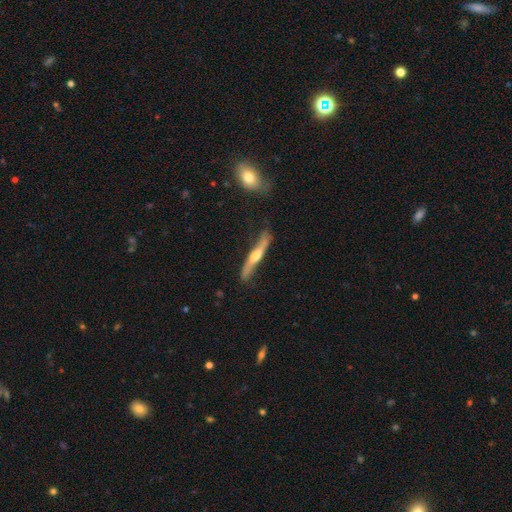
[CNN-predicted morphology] This is likely a featured or disk galaxy (72%). It is clearly viewed edge-on (82%). Edge-on bulge: clearly rounded (84%). Merging: likely none (70%).